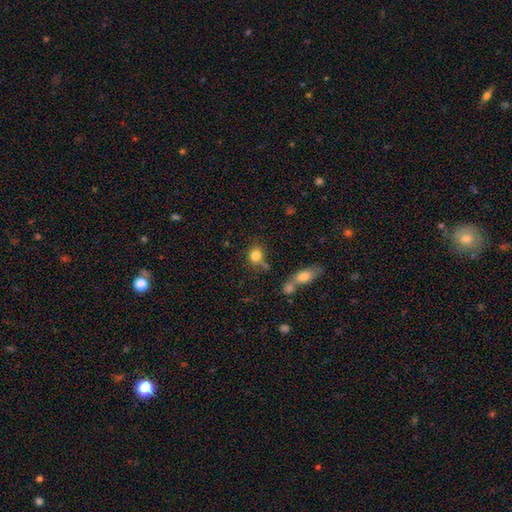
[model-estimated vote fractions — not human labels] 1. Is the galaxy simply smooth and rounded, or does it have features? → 82% smooth, 11% star or artifact, 8% featured or disk.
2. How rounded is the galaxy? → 67% round, 31% in between, 2% cigar-shaped.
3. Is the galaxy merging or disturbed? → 61% none, 17% merger, 16% minor disturbance, 7% major disturbance.